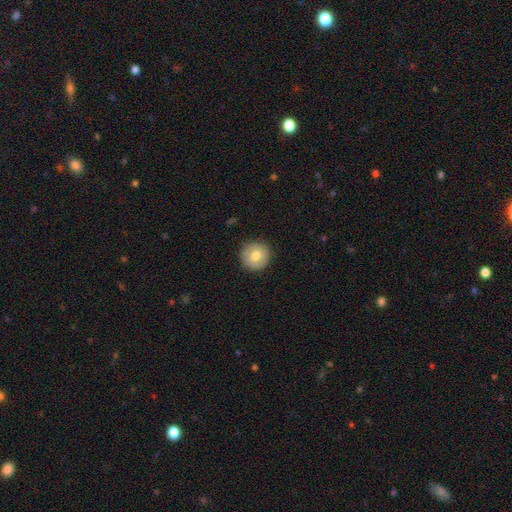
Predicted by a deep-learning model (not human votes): smooth 73%, featured or disk 19%, star or artifact 7%. Down the decision tree: how rounded — round (94%); merging — none (89%).